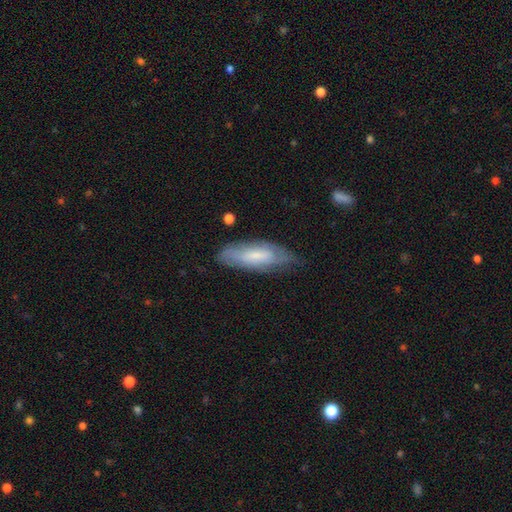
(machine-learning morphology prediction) Smooth or featured?
  - smooth: 55% *
  - featured or disk: 38%
  - star or artifact: 7%
How rounded?
  - in between: 57% *
  - cigar-shaped: 41%
  - round: 2%
Merging?
  - none: 67% *
  - minor disturbance: 25%
  - major disturbance: 6%
  - merger: 2%